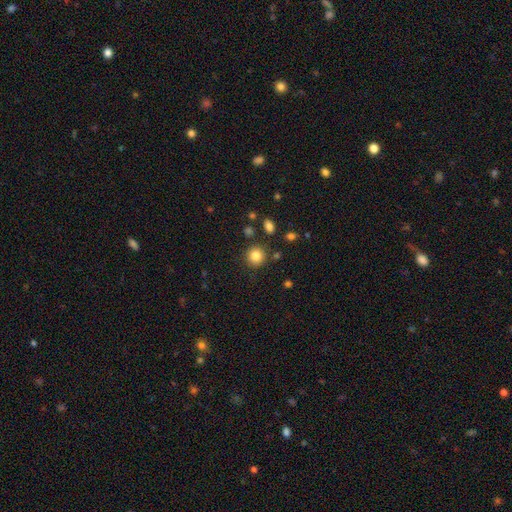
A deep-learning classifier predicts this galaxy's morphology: A smooth galaxy with no disk features (84%) that is round (92%).

Vote fractions:
- Smooth or featured? smooth: 84% / star or artifact: 10% / featured or disk: 6%
- How rounded? round: 92% / in between: 7% / cigar-shaped: 1%
- Merging? none: 87% / minor disturbance: 7% / merger: 4% / major disturbance: 3%